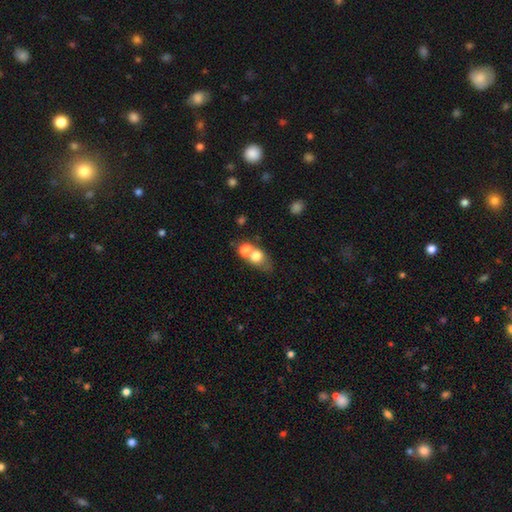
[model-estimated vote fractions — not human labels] smooth 71%, featured or disk 19%, star or artifact 10%. Down the decision tree: how rounded — in between (50%); merging — merger (59%).